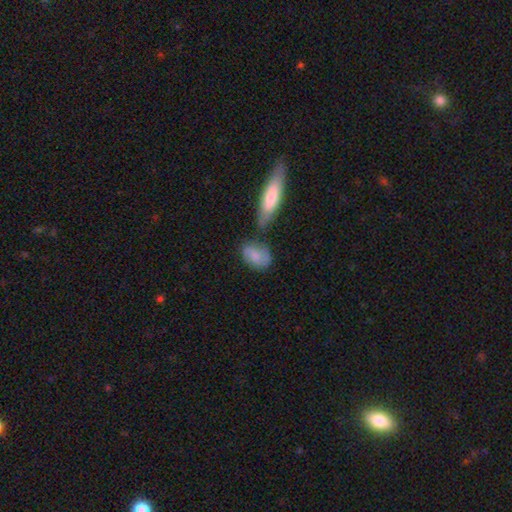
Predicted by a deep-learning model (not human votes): smooth 74%, featured or disk 19%, star or artifact 7%. Down the decision tree: how rounded — in between (80%); merging — none (48%).